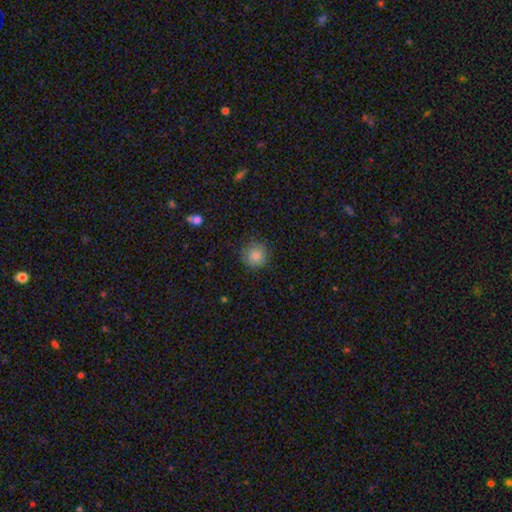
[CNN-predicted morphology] A smooth galaxy with no disk features (86%) that is round (94%).

Vote fractions:
- Smooth or featured? smooth: 86% / star or artifact: 9% / featured or disk: 5%
- How rounded? round: 94% / in between: 5% / cigar-shaped: 1%
- Merging? none: 86% / minor disturbance: 10% / major disturbance: 3% / merger: 1%